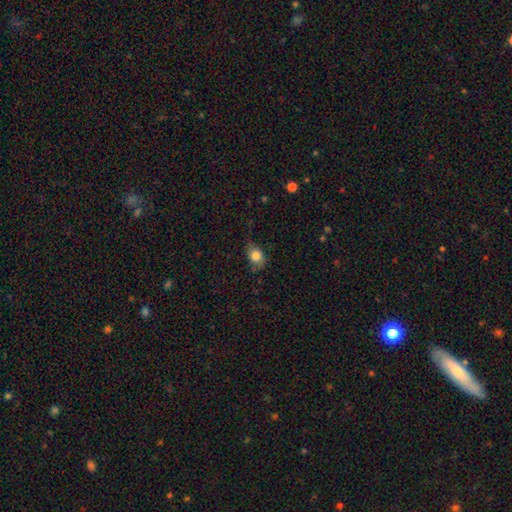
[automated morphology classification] Smooth or featured: smooth — 81% (featured or disk — 11%)
How rounded: in between — 69% (round — 29%)
Merging: none — 64% (minor disturbance — 28%)